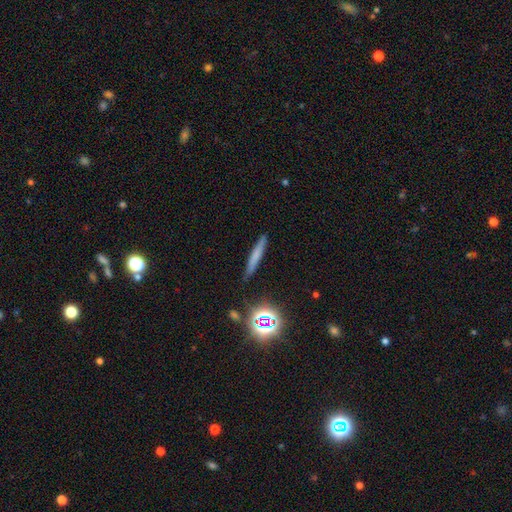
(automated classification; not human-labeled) smooth_or_featured: smooth (p=0.61) [alt: featured or disk p=0.25]
how_rounded: cigar-shaped (p=0.93) [alt: in between p=0.04]
merging: none (p=0.86) [alt: minor disturbance p=0.10]